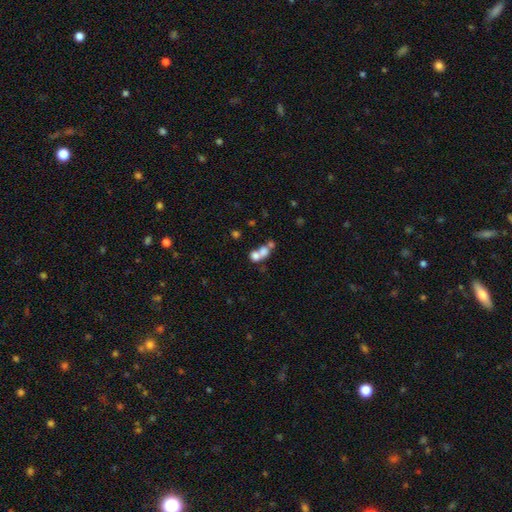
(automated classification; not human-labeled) A smooth galaxy with no disk features (64%) that is round (55%). Merging: merger (65%).